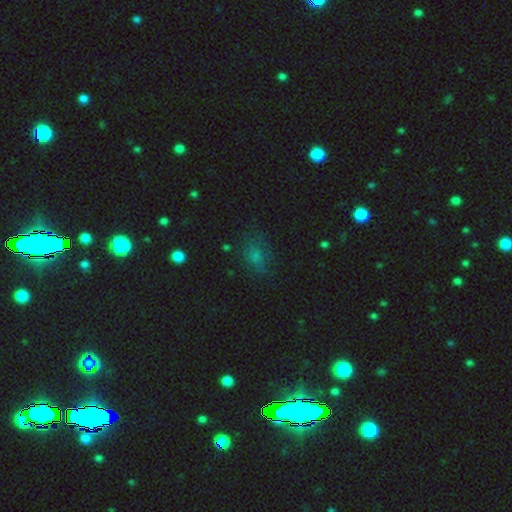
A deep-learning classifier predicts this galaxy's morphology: smooth-or-featured: smooth: 65% | star or artifact: 23% | featured or disk: 12%
  how-rounded: in between: 66% | round: 32% | cigar-shaped: 3%
  merging: none: 64% | minor disturbance: 23% | major disturbance: 11% | merger: 3%